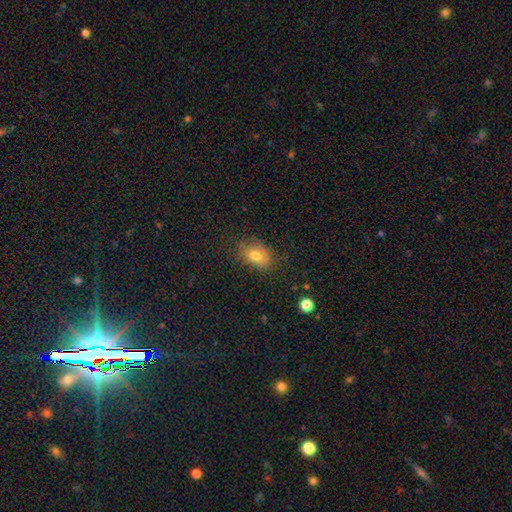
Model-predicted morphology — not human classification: This is likely a smooth galaxy (77%). How rounded: likely in between (79%). Merging: likely none (74%).